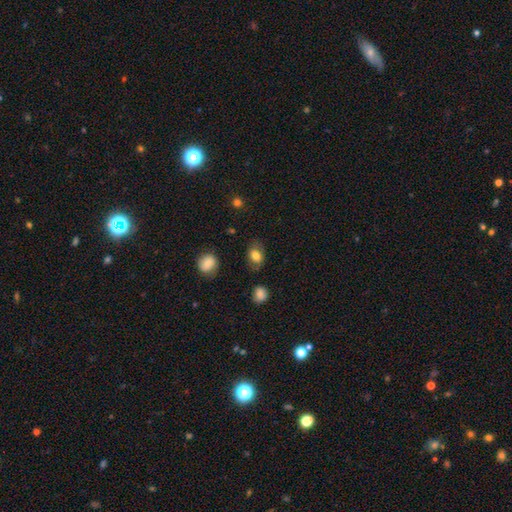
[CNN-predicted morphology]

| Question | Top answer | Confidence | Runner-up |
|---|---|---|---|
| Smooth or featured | smooth | 79% | featured or disk (12%) |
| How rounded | in between | 75% | round (24%) |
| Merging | none | 77% | minor disturbance (16%) |